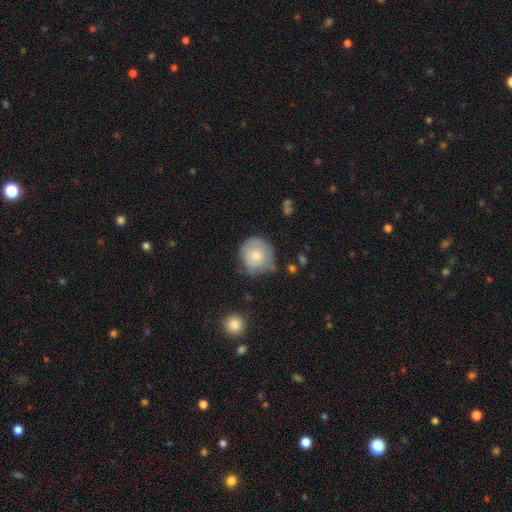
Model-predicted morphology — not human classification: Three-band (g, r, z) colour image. It shows a smooth galaxy with no disk features (65%) that is round (88%). Merging: none (60%).